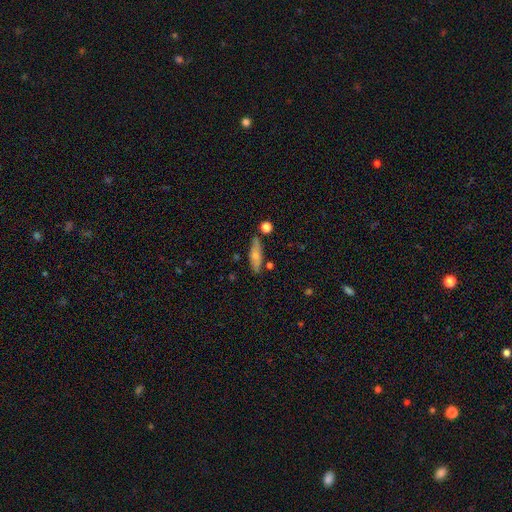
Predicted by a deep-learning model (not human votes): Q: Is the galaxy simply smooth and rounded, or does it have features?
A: smooth — 68%.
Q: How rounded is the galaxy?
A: cigar-shaped — 53%.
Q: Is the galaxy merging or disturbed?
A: none — 73%.